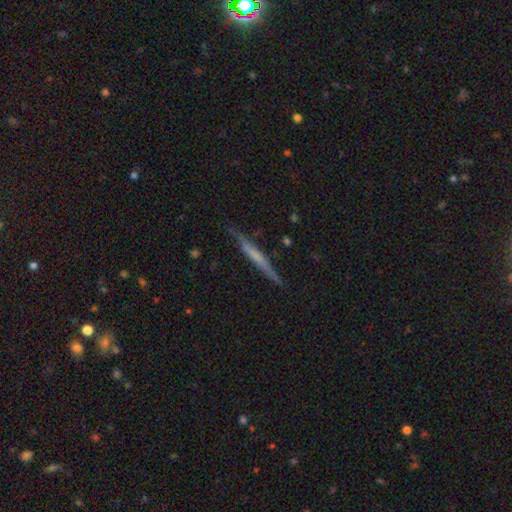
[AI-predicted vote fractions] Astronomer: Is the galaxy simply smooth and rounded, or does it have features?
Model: featured or disk — 55% (runner-up: smooth, 39%).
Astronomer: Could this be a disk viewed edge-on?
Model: yes — 96%.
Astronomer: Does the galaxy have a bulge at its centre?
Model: none — 69%.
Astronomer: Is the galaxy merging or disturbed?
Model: none — 83%.